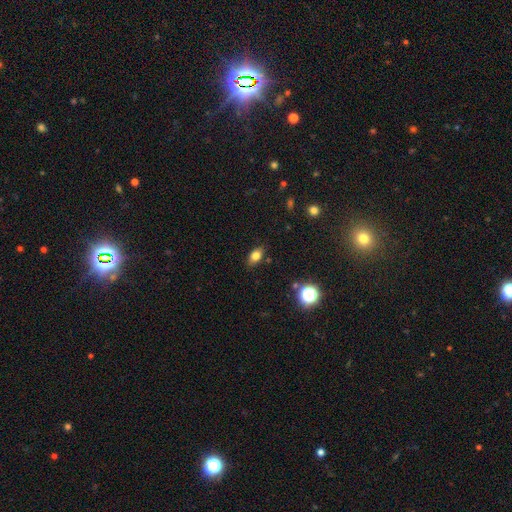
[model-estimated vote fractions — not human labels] Overall: smooth (78%). How rounded: in between (82%). Merging: none (84%).